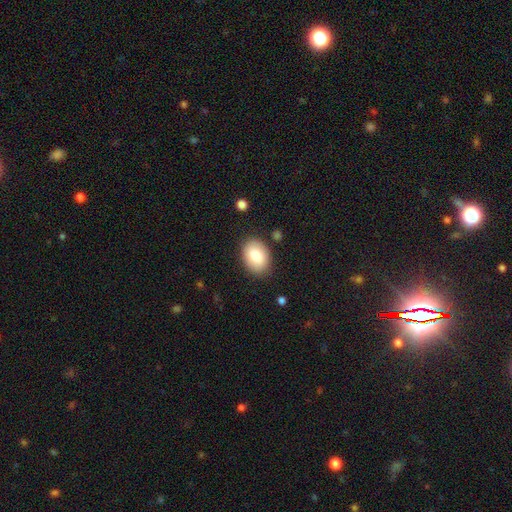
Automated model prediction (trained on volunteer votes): smooth 84%, featured or disk 9%, star or artifact 7%. Down the decision tree: how rounded — in between (79%); merging — none (85%).